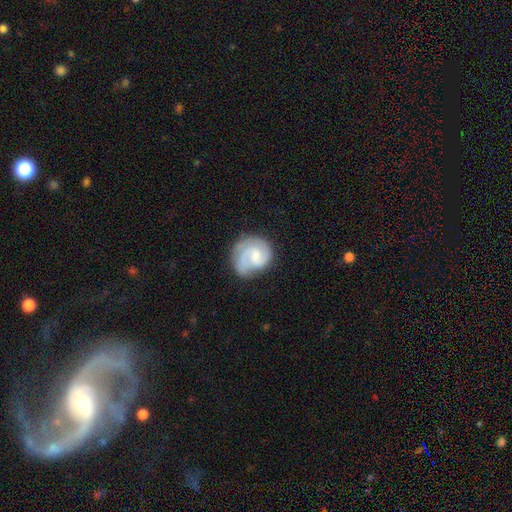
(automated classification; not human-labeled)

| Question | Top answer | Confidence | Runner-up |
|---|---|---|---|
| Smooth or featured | featured or disk | 79% | smooth (16%) |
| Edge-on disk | no | 98% | yes (2%) |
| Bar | weak | 49% | no (43%) |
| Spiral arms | yes | 96% | no (4%) |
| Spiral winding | medium | 45% | tight (43%) |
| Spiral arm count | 2 | 66% | 1 (12%) |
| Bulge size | small | 50% | moderate (35%) |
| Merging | none | 63% | minor disturbance (23%) |